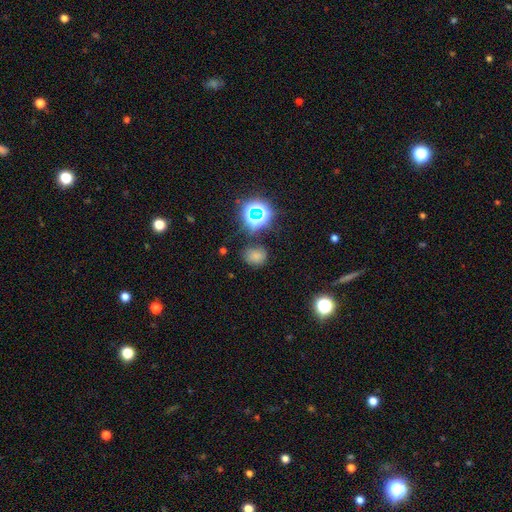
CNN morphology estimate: A smooth galaxy with no disk features (66%) that is round (56%).

Vote fractions:
- Smooth or featured? smooth: 66% / star or artifact: 26% / featured or disk: 8%
- How rounded? round: 56% / in between: 43% / cigar-shaped: 1%
- Merging? none: 72% / minor disturbance: 18% / major disturbance: 6% / merger: 4%